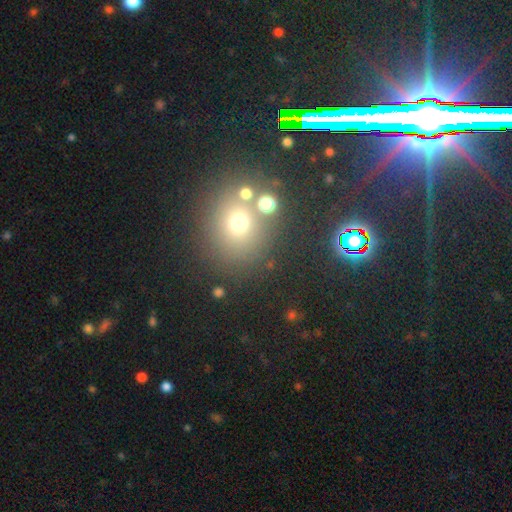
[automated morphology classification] type=star or artifact (44%).